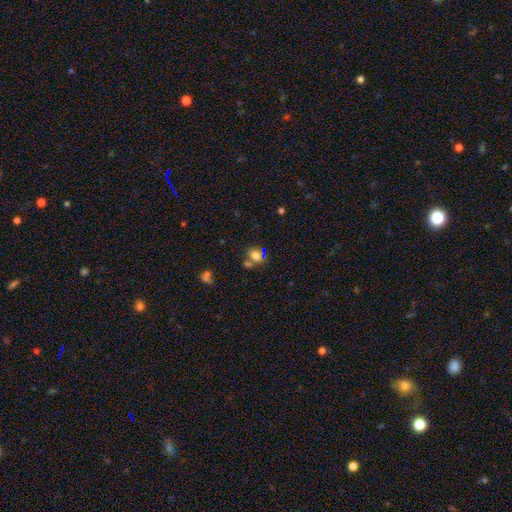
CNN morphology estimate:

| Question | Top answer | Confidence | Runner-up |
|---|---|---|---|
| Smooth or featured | smooth | 67% | star or artifact (21%) |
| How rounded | round | 61% | in between (38%) |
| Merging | none | 58% | merger (24%) |